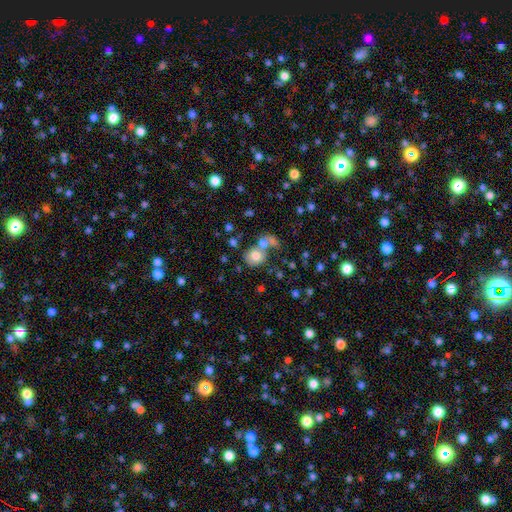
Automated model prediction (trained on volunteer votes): smooth 76%, featured or disk 14%, star or artifact 11%. Down the decision tree: how rounded — round (76%); merging — none (44%).